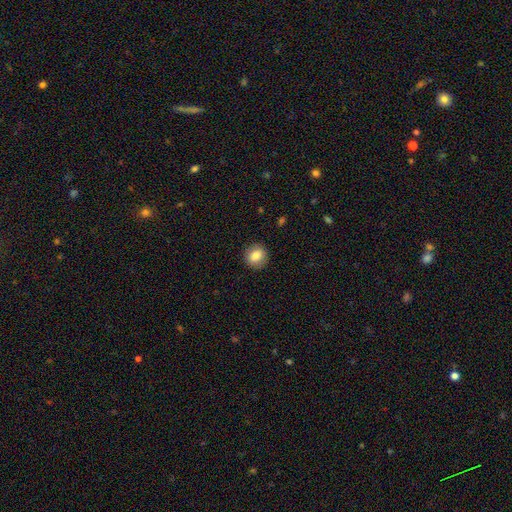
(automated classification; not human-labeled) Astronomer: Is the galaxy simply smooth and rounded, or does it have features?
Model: smooth — 81%.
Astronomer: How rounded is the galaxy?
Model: round — 83%.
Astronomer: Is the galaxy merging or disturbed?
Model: none — 89%.